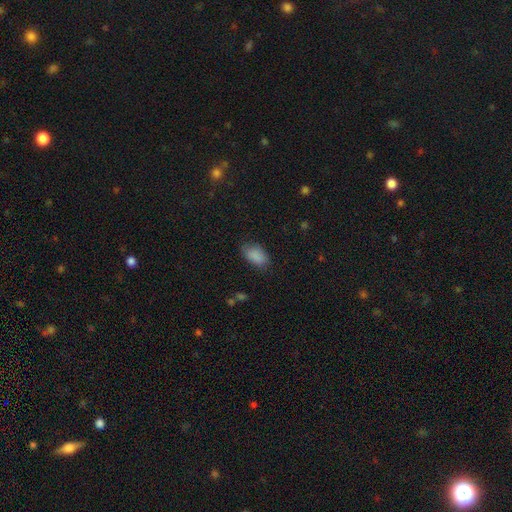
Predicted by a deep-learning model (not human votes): This is clearly a smooth galaxy (88%). How rounded: clearly in between (92%). Merging: likely none (79%).